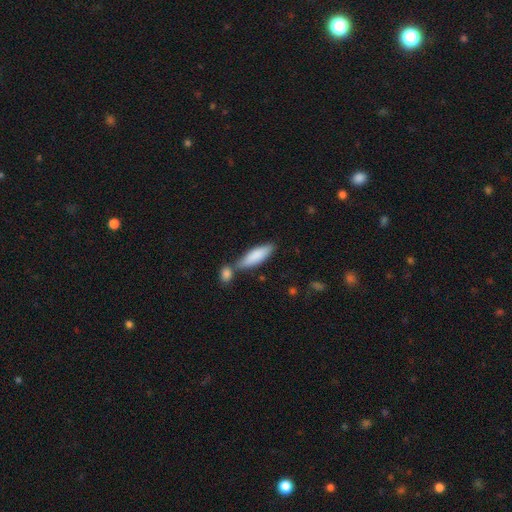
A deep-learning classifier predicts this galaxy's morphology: smooth 84%, featured or disk 11%, star or artifact 5%. Down the decision tree: how rounded — in between (50%); merging — none (56%).